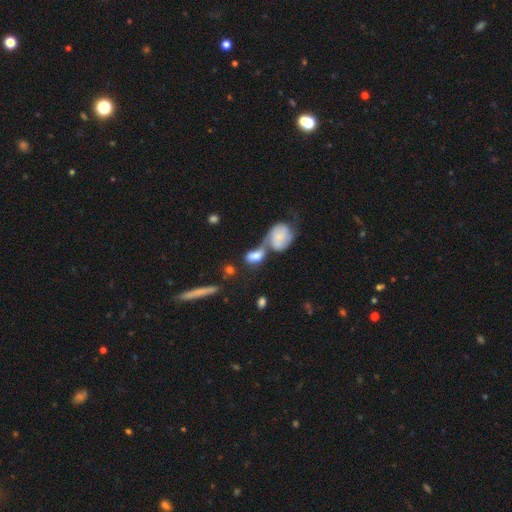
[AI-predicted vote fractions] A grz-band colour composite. It shows a smooth galaxy with no disk features (57%) that is in between round and cigar-shaped (61%). Merging: merger (52%).